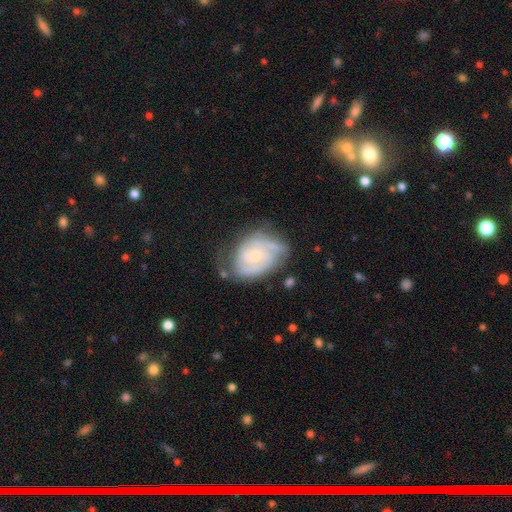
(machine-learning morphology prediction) Smooth or featured?
  - featured or disk: 82% *
  - smooth: 12%
  - star or artifact: 5%
Edge-on disk?
  - no: 97% *
  - yes: 3%
Bar?
  - no: 66% *
  - weak: 29%
  - strong: 4%
Spiral arms?
  - yes: 95% *
  - no: 5%
Spiral winding?
  - tight: 58% *
  - medium: 34%
  - loose: 8%
Spiral arm count?
  - 2: 41% *
  - can't tell: 24%
  - 3: 23%
  - 4: 5%
  - 1: 4%
  - more than 4: 4%
Bulge size?
  - small: 68% *
  - moderate: 27%
  - none: 3%
  - large: 1%
  - dominant: 1%
Merging?
  - none: 62% *
  - minor disturbance: 25%
  - major disturbance: 10%
  - merger: 3%